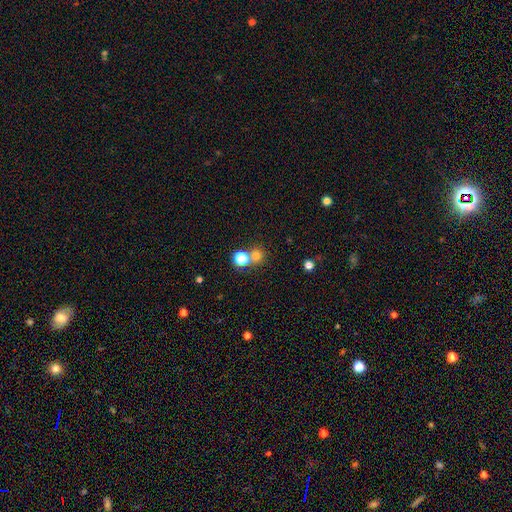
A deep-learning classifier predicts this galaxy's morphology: Smooth or featured? smooth (76%)
How rounded? round (87%)
Merging? none (50%)